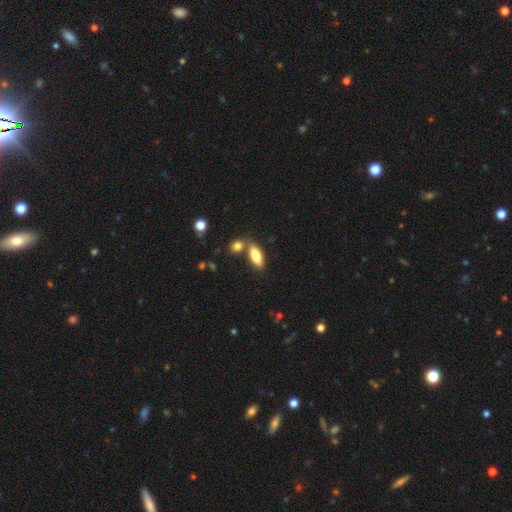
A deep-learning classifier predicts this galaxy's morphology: This is clearly a smooth galaxy (82%). How rounded: likely in between (70%). Merging: likely none (64%).